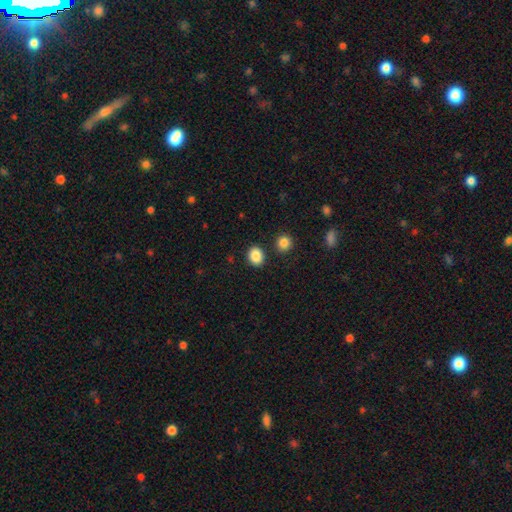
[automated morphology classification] A smooth galaxy with no disk features (87%) that is round (59%).

Vote fractions:
- Smooth or featured? smooth: 87% / star or artifact: 9% / featured or disk: 4%
- How rounded? round: 59% / in between: 40% / cigar-shaped: 1%
- Merging? none: 87% / minor disturbance: 7% / merger: 4% / major disturbance: 2%